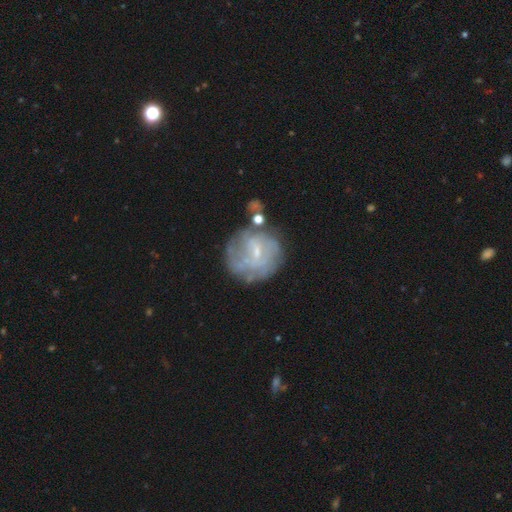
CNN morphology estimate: The model was most divided on "bar": weak: 46%, no: 43%, strong: 11%. More confident: edge-on disk — no (97%); bulge size — small (73%); spiral arms — yes (67%); smooth or featured — featured or disk (64%); merging — none (64%).